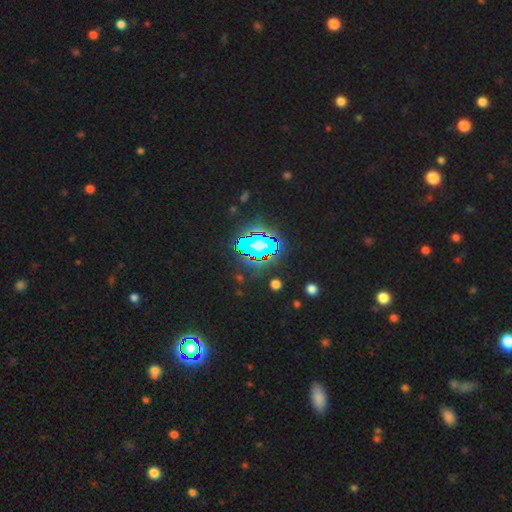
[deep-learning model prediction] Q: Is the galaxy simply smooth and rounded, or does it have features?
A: star or artifact — 83%.